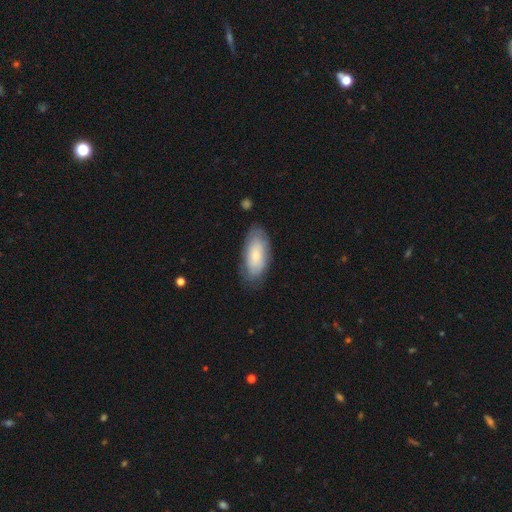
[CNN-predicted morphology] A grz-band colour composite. It shows a smooth galaxy with no disk features (73%) that is in between round and cigar-shaped (90%). Merging: none (75%).